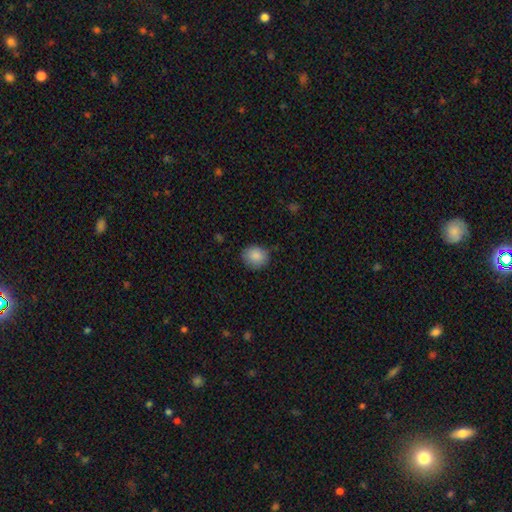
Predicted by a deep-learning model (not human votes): smooth 87%, star or artifact 8%, featured or disk 5%. Down the decision tree: how rounded — round (71%); merging — none (77%).